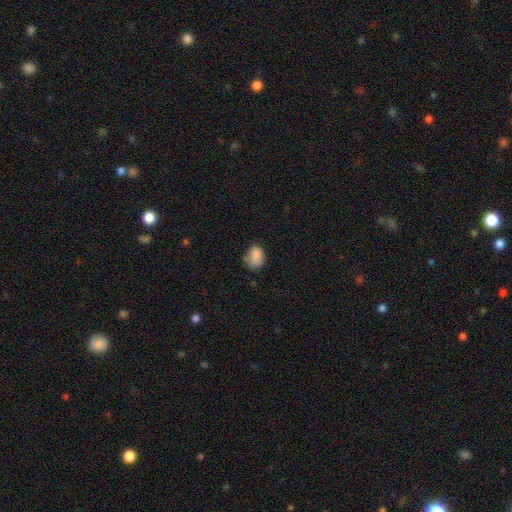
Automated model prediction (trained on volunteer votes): This is clearly a smooth galaxy (83%). How rounded: possibly in between (58%). Merging: possibly none (52%).